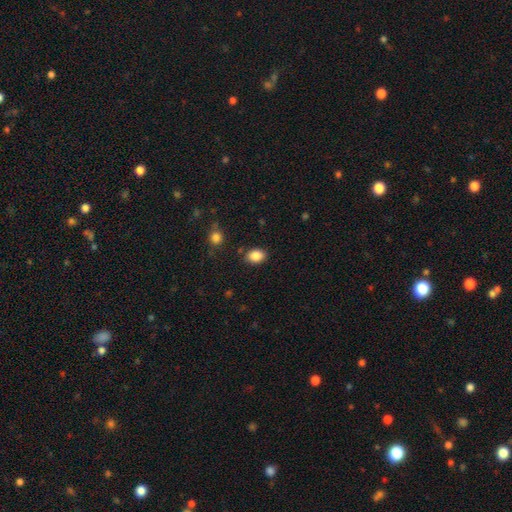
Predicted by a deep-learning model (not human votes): Morphology: type=smooth (87%); roundness=in between (70%); merging=none (84%).